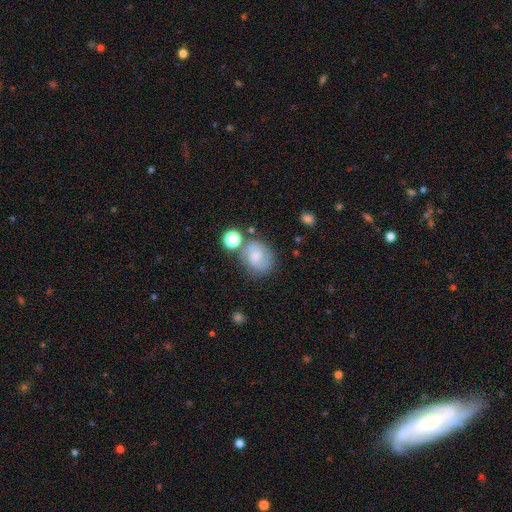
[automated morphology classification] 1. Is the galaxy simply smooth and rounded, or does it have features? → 49% smooth, 40% featured or disk, 12% star or artifact.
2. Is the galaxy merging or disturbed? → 61% none, 19% minor disturbance, 13% merger, 8% major disturbance.